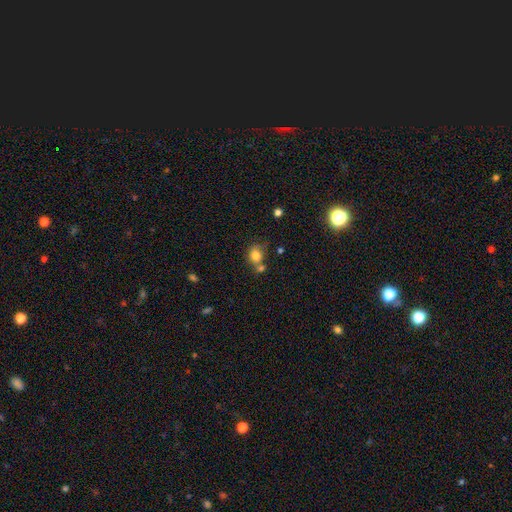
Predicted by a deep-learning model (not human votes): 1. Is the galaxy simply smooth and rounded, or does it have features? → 80% smooth, 11% star or artifact, 9% featured or disk.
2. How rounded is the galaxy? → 66% round, 33% in between, 1% cigar-shaped.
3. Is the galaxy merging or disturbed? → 44% none, 31% merger, 17% minor disturbance, 8% major disturbance.